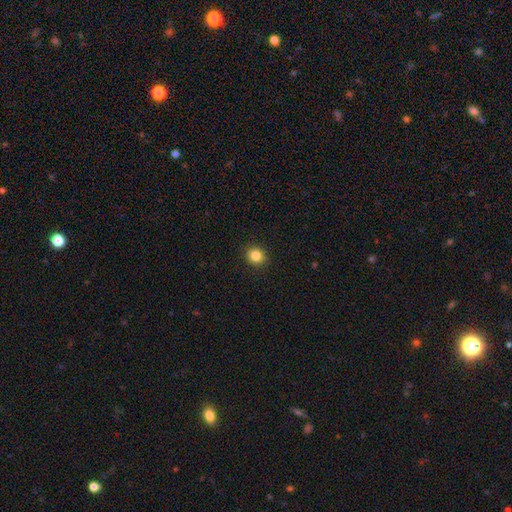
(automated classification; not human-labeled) smooth-or-featured: smooth: 84% | star or artifact: 11% | featured or disk: 5%
  how-rounded: round: 80% | in between: 19% | cigar-shaped: 1%
  merging: none: 90% | minor disturbance: 7% | major disturbance: 2% | merger: 1%